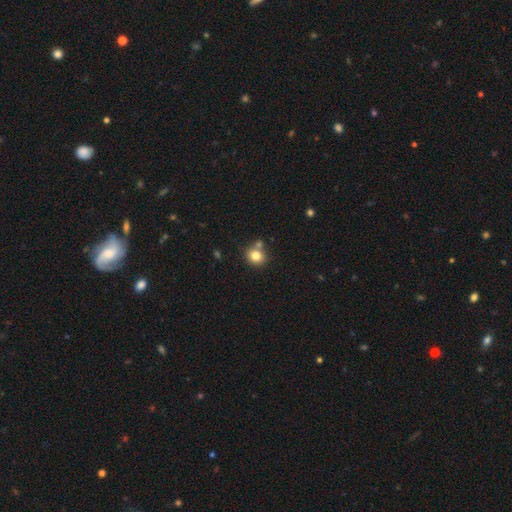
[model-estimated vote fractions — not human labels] Q: Smooth or featured?
A: smooth (81%); runner-up: star or artifact (11%)
Q: How rounded?
A: round (84%); runner-up: in between (15%)
Q: Merging?
A: none (69%); runner-up: merger (18%)